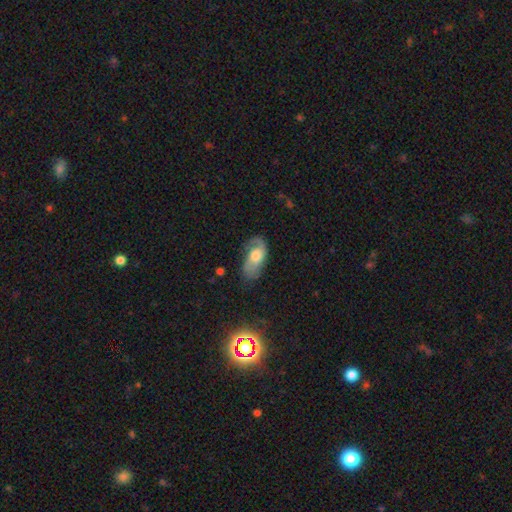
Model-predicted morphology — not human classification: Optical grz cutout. It shows a featured or disk galaxy (55%) with no bar (72%), spiral arms (78%) and a moderate central bulge (58%). Merging: none (53%).